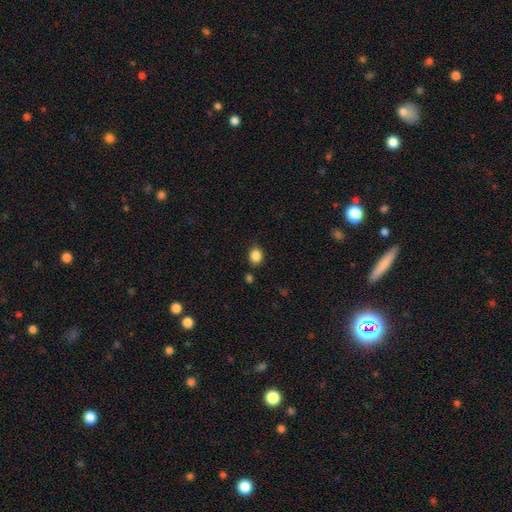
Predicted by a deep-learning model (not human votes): A smooth galaxy with no disk features (86%) that is round (55%).

Vote fractions:
- Smooth or featured? smooth: 86% / star or artifact: 10% / featured or disk: 4%
- How rounded? round: 55% / in between: 44% / cigar-shaped: 1%
- Merging? none: 85% / minor disturbance: 9% / merger: 3% / major disturbance: 3%